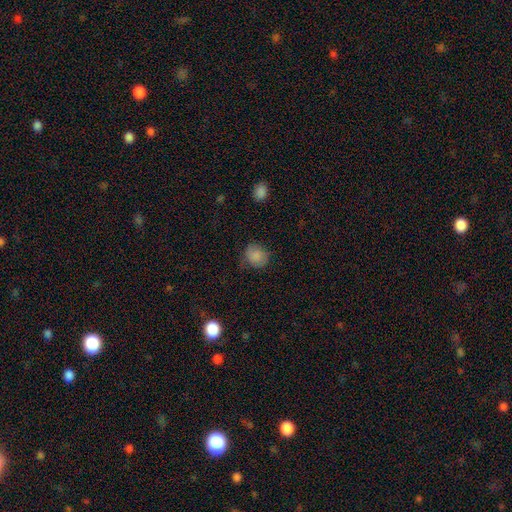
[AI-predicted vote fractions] The model was most divided on "merging": none: 68%, minor disturbance: 24%, major disturbance: 7%, merger: 1%. More confident: smooth or featured — smooth (83%); how rounded — round (75%).